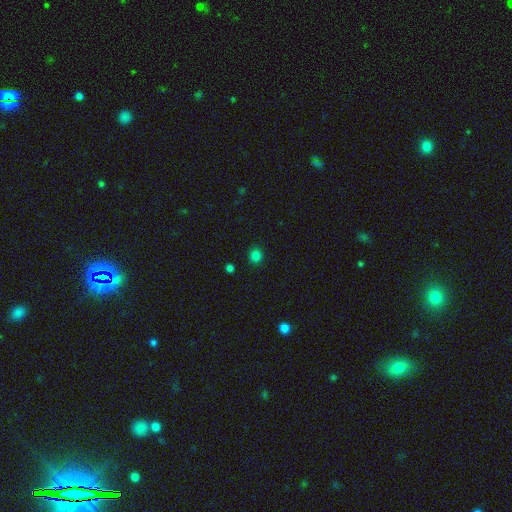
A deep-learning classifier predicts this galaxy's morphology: This is clearly a smooth galaxy (81%). How rounded: clearly round (85%). Merging: clearly none (90%).